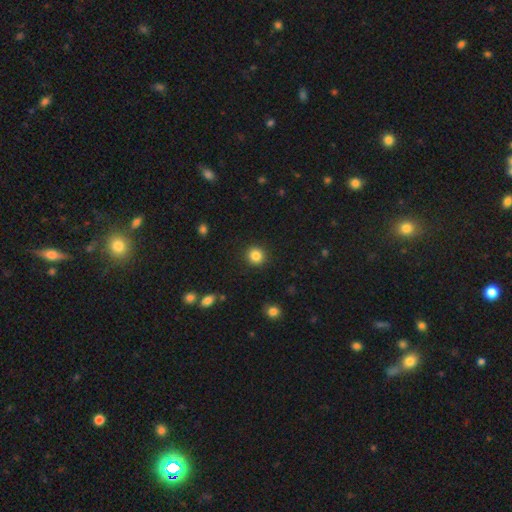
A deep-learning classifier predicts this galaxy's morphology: Smooth or featured?
  - smooth: 85% *
  - star or artifact: 10%
  - featured or disk: 4%
How rounded?
  - round: 92% *
  - in between: 7%
  - cigar-shaped: 1%
Merging?
  - none: 91% *
  - minor disturbance: 5%
  - major disturbance: 2%
  - merger: 1%